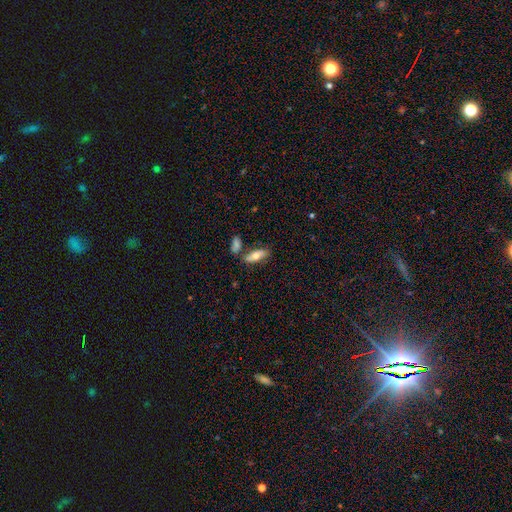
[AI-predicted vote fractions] This appears to be a smooth galaxy with no disk features (66%) that is in between round and cigar-shaped (67%). Merging: none (69%).